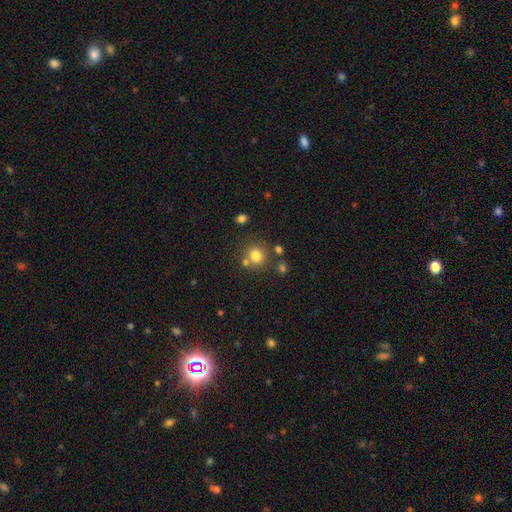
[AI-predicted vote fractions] Q: Smooth or featured?
A: smooth (78%); runner-up: star or artifact (14%)
Q: How rounded?
A: round (86%); runner-up: in between (13%)
Q: Merging?
A: none (69%); runner-up: merger (17%)